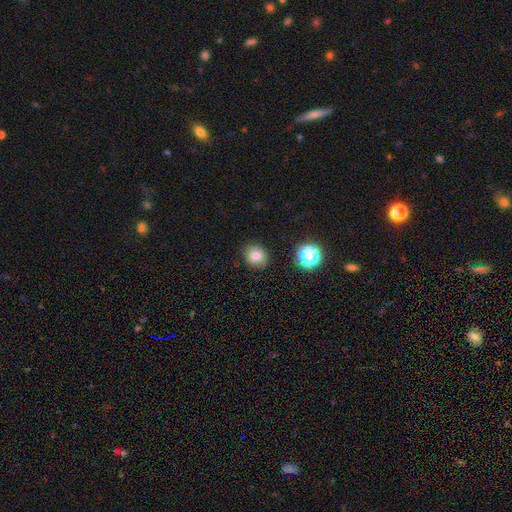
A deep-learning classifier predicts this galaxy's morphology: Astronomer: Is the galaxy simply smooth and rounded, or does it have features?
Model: smooth — 80%.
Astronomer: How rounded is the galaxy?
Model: round — 66%.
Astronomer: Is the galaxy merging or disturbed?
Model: none — 85%.